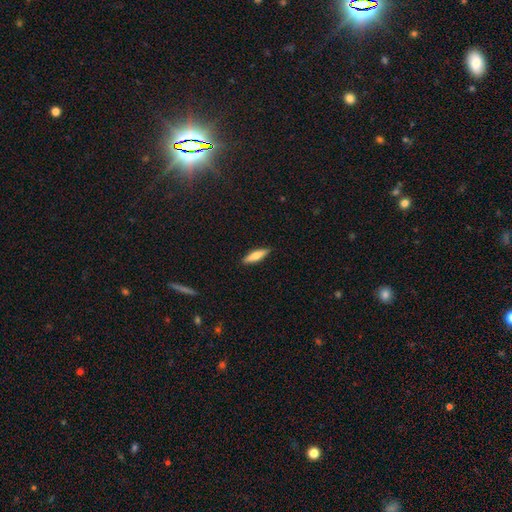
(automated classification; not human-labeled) smooth 66%, featured or disk 28%, star or artifact 6%. Down the decision tree: how rounded — cigar-shaped (71%); merging — none (88%).